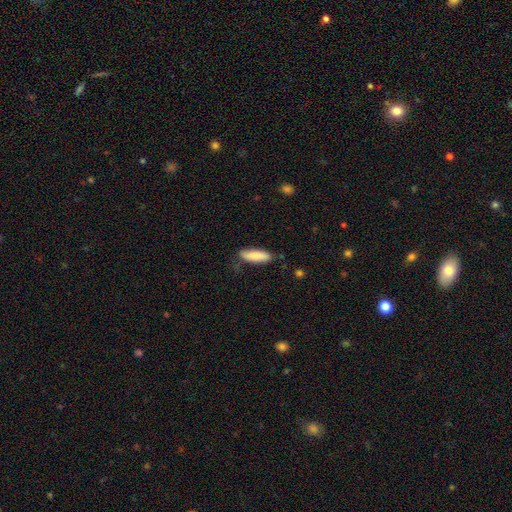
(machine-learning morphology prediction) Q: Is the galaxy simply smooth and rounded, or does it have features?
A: smooth — 84%.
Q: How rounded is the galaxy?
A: cigar-shaped — 51%.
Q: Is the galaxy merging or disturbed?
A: none — 77%.